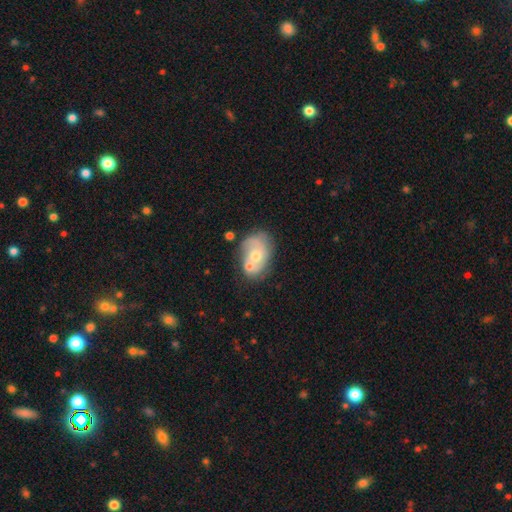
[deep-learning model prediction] Smooth or featured? Predicted: featured or disk (p=0.52). Edge-on disk? Predicted: no (p=0.96). Merging? Predicted: none (p=0.39).